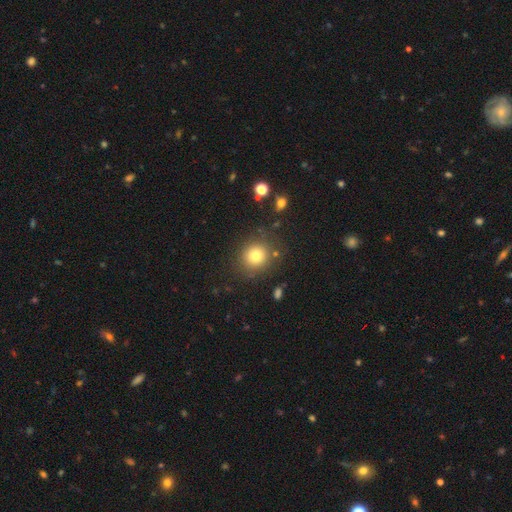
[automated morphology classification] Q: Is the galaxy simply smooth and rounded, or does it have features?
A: smooth — 78%.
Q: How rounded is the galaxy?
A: round — 86%.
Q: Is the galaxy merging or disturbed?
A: none — 82%.